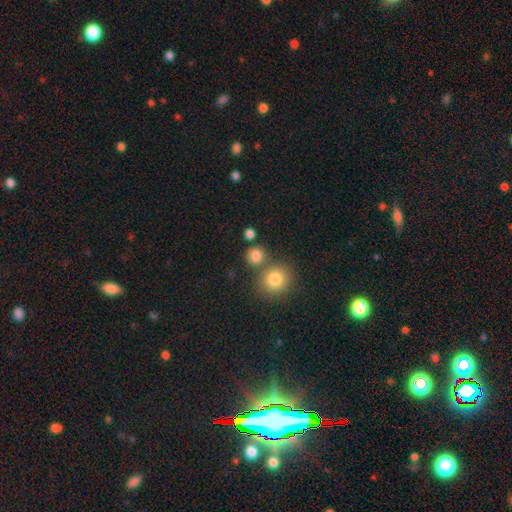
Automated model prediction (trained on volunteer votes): Overall: smooth (82%). How rounded: round (87%). Merging: none (67%).